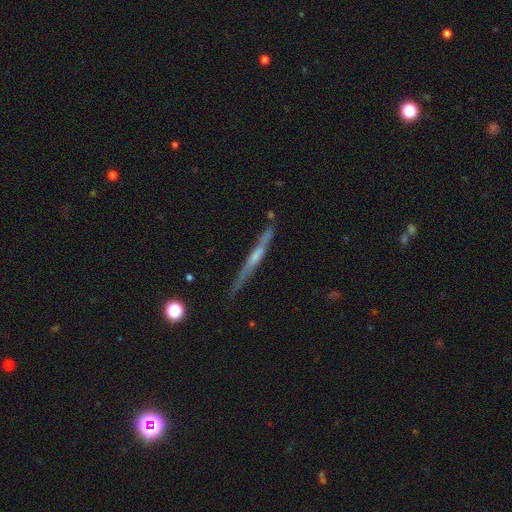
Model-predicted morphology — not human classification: Smooth or featured? Predicted: featured or disk (p=0.65). Edge-on disk? Predicted: yes (p=0.96). Edge-on bulge? Predicted: none (p=0.52). Merging? Predicted: none (p=0.80).